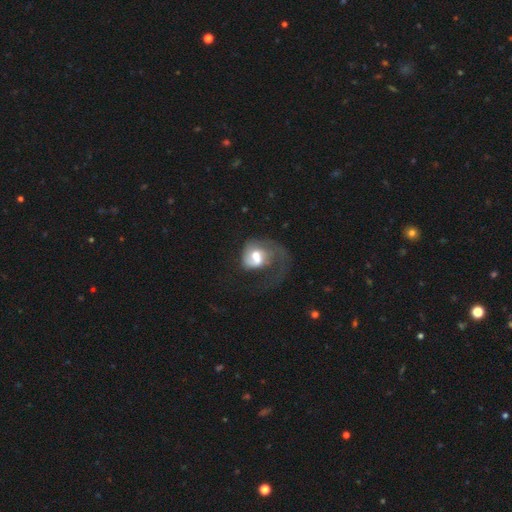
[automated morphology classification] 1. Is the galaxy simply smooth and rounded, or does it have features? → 62% featured or disk, 31% smooth, 7% star or artifact.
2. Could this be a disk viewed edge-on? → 97% no, 3% yes.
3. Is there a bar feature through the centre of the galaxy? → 50% no, 40% weak, 10% strong.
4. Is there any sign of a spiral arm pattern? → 82% yes, 18% no.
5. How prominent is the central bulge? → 59% moderate, 23% large, 12% small, 3% dominant, 3% none.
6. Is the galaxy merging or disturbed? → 57% major disturbance, 24% none, 14% minor disturbance, 4% merger.